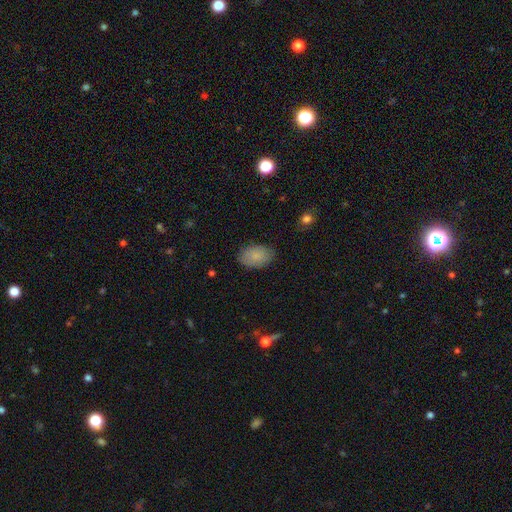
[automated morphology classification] Overall: smooth (84%). How rounded: in between (89%). Merging: none (84%).